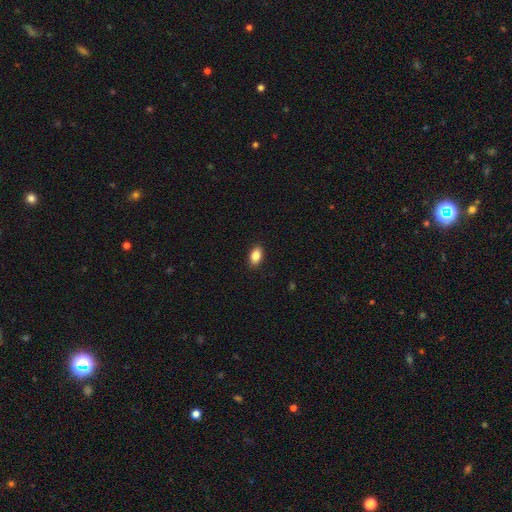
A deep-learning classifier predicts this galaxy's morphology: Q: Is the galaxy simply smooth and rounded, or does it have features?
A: smooth — 87%.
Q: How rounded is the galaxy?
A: in between — 90%.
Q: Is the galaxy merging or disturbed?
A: none — 90%.